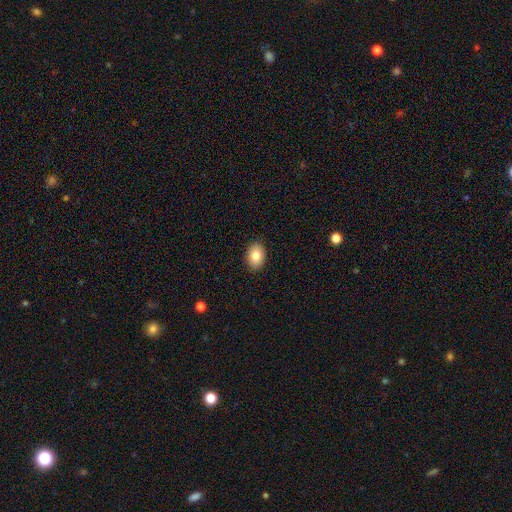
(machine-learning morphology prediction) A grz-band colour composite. It shows a smooth galaxy with no disk features (82%) that is in between round and cigar-shaped (76%). Merging: none (90%).